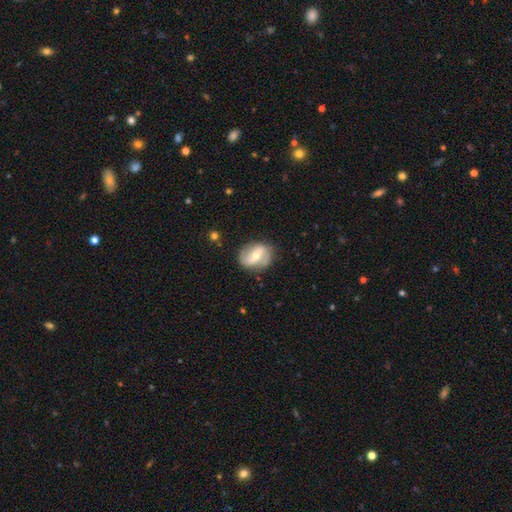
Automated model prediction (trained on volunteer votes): The model was most divided on "bar": strong: 45%, weak: 35%, no: 20%. More confident: edge-on disk — no (95%); merging — none (80%); spiral arms — yes (72%); smooth or featured — featured or disk (67%); bulge size — moderate (58%).